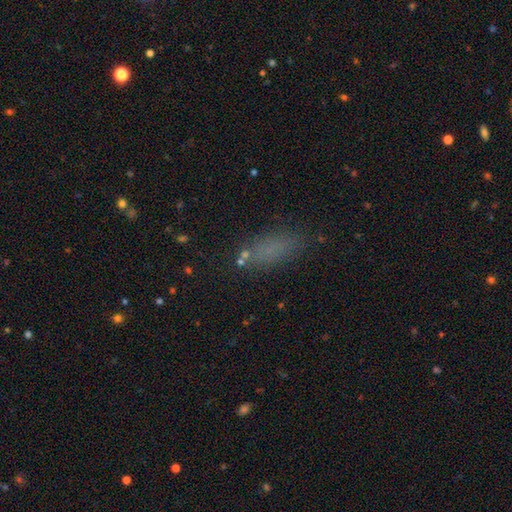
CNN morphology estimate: smooth-or-featured: smooth: 70% | star or artifact: 19% | featured or disk: 11%
  how-rounded: in between: 66% | cigar-shaped: 30% | round: 5%
  merging: none: 70% | minor disturbance: 16% | major disturbance: 8% | merger: 6%